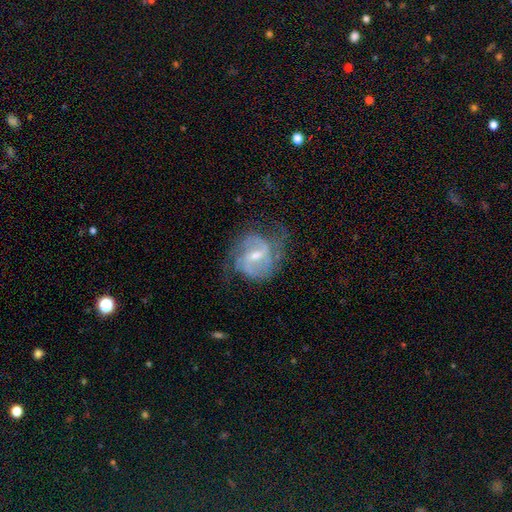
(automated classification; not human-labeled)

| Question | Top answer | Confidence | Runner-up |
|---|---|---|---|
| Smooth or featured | featured or disk | 85% | smooth (9%) |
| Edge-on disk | no | 97% | yes (3%) |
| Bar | weak | 56% | strong (25%) |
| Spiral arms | yes | 95% | no (5%) |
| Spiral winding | medium | 47% | tight (33%) |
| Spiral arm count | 2 | 62% | can't tell (16%) |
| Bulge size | moderate | 50% | small (45%) |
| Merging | none | 62% | minor disturbance (22%) |